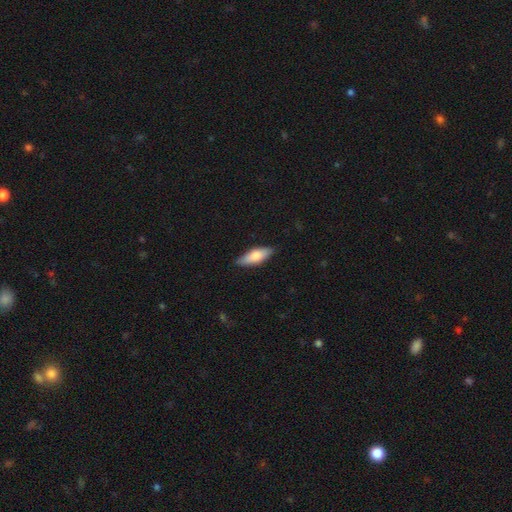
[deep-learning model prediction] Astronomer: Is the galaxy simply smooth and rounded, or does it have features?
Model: smooth — 71%.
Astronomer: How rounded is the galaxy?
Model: in between — 64%.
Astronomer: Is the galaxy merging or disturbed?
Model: none — 84%.